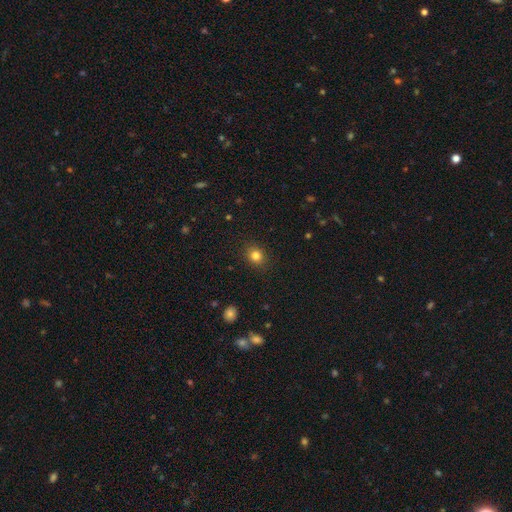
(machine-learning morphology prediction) A smooth galaxy with no disk features (82%) that is round (73%).

Vote fractions:
- Smooth or featured? smooth: 82% / star or artifact: 12% / featured or disk: 6%
- How rounded? round: 73% / in between: 26% / cigar-shaped: 1%
- Merging? none: 88% / minor disturbance: 8% / major disturbance: 3% / merger: 1%